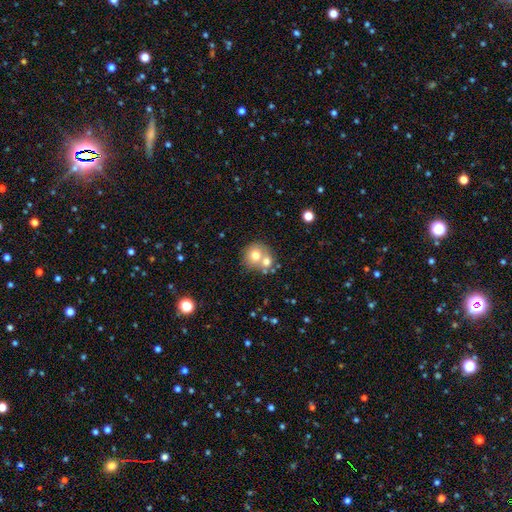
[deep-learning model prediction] Smooth or featured: smooth — 71% (featured or disk — 19%)
How rounded: round — 84% (in between — 15%)
Merging: merger — 47% (none — 42%)